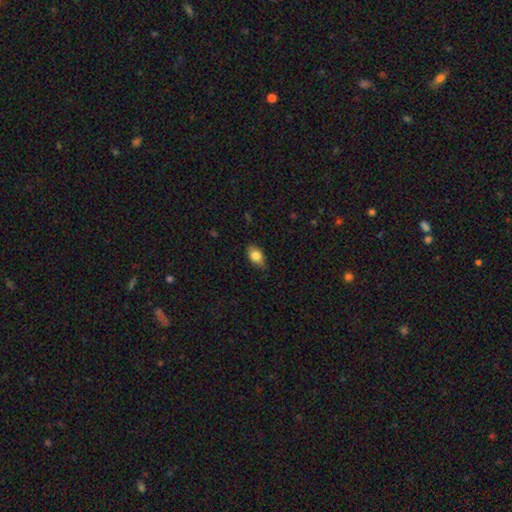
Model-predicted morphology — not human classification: Smooth or featured?
  - smooth: 81% *
  - featured or disk: 11%
  - star or artifact: 8%
How rounded?
  - in between: 85% *
  - round: 13%
  - cigar-shaped: 2%
Merging?
  - none: 77% *
  - minor disturbance: 19%
  - major disturbance: 3%
  - merger: 1%